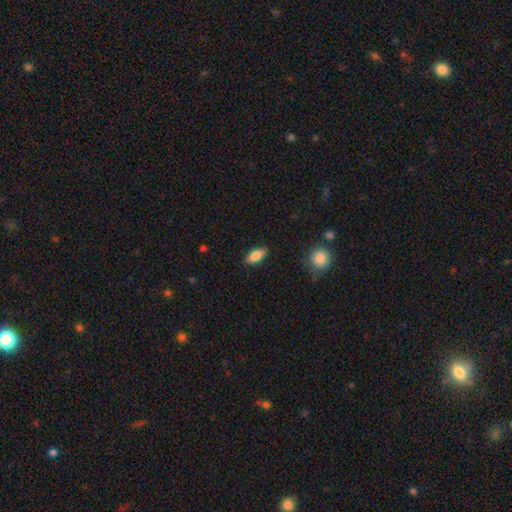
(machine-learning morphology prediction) Overall: smooth (84%). How rounded: in between (84%). Merging: none (87%).